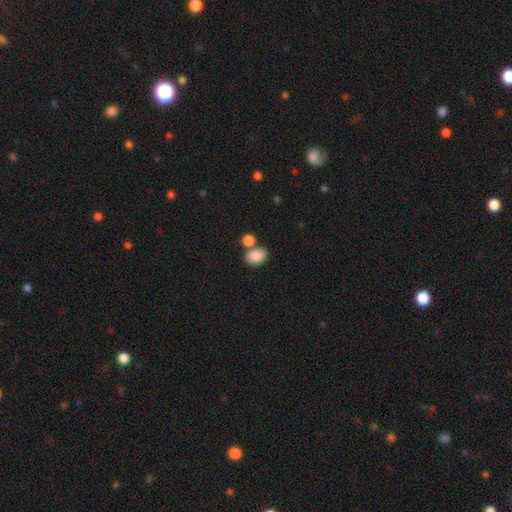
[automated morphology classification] smooth 86%, star or artifact 8%, featured or disk 6%. Down the decision tree: how rounded — in between (66%); merging — none (58%).